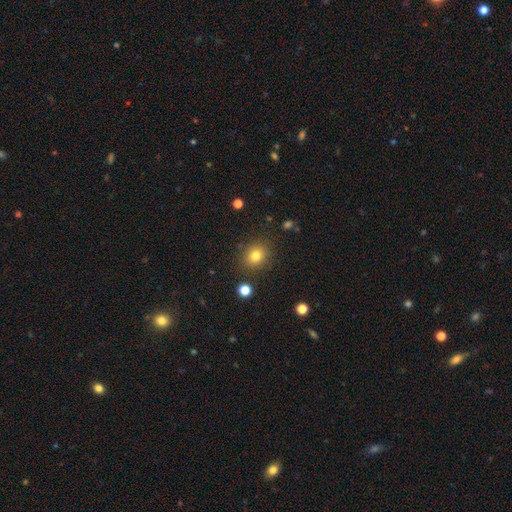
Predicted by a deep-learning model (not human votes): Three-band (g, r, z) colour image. It shows a smooth galaxy with no disk features (79%) that is round (73%). Merging: none (86%).